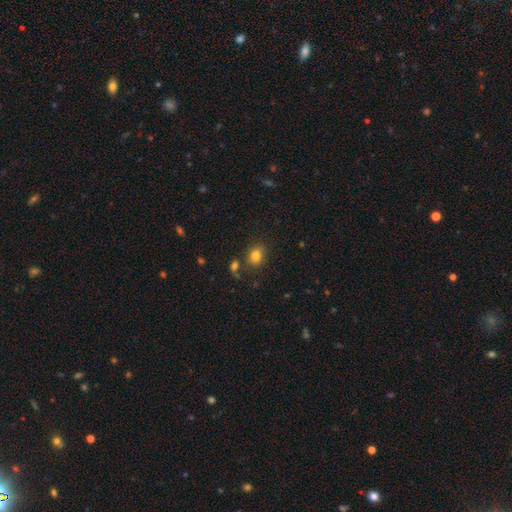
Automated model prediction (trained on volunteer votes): Overall: smooth (81%). How rounded: round (52%; in between 47%). Merging: none (75%).